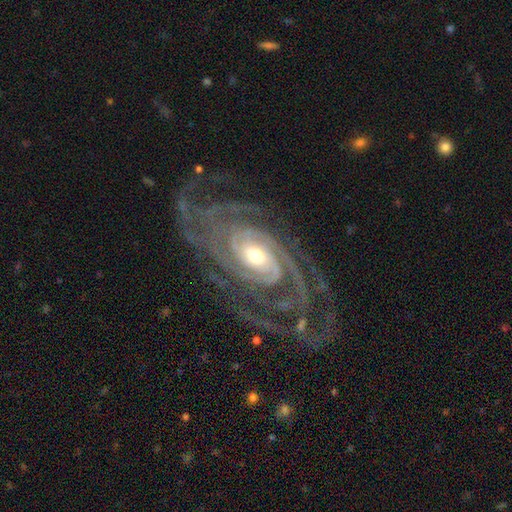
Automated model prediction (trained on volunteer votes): Smooth or featured? featured or disk (93%)
Edge-on disk? no (96%)
Bar? no (63%)
Spiral arms? yes (99%)
Spiral winding? tight (72%)
Spiral arm count? 2 (25%)
Bulge size? moderate (60%)
Merging? none (70%)